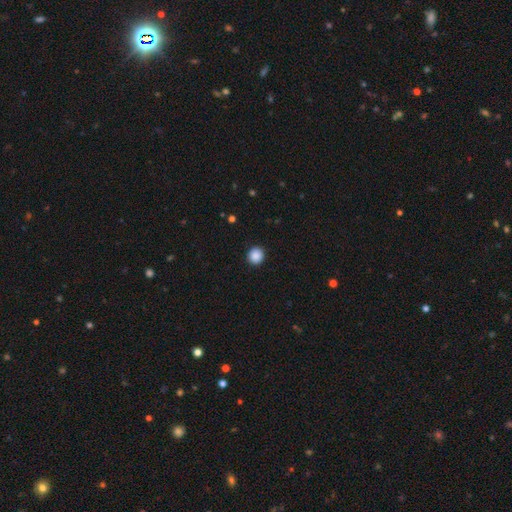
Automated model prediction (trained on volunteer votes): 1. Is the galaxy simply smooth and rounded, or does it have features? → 89% smooth, 9% star or artifact, 3% featured or disk.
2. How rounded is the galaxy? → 92% round, 7% in between, 1% cigar-shaped.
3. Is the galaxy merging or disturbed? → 92% none, 5% minor disturbance, 2% major disturbance, 1% merger.